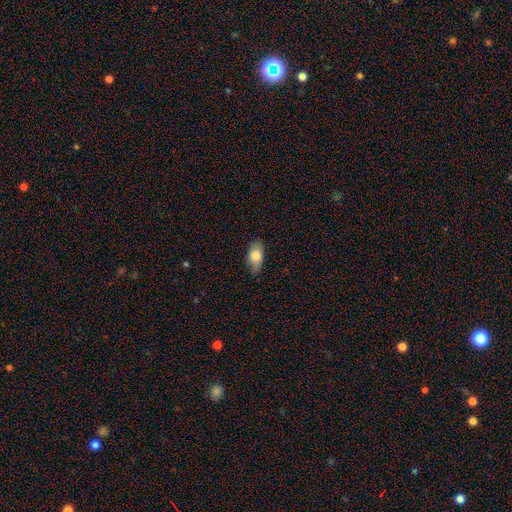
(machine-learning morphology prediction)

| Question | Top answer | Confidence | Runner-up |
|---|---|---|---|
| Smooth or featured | smooth | 80% | featured or disk (13%) |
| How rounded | in between | 90% | cigar-shaped (5%) |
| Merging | none | 77% | minor disturbance (19%) |